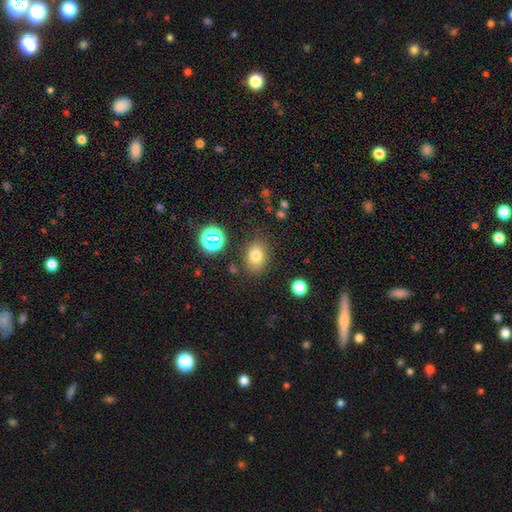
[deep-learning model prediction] Smooth or featured: smooth — 77% (star or artifact — 14%)
How rounded: in between — 67% (round — 32%)
Merging: none — 80% (minor disturbance — 12%)